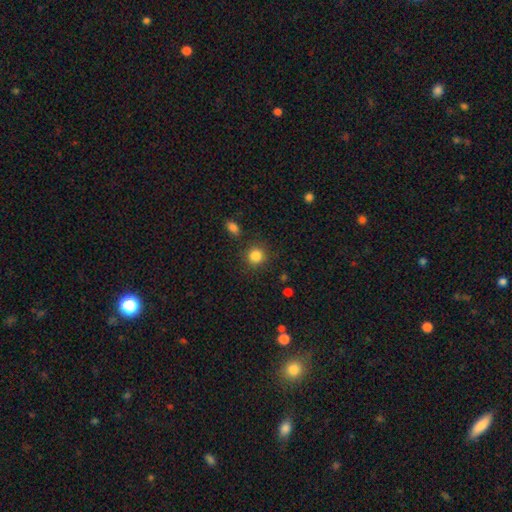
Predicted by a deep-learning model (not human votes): Smooth or featured? Predicted: smooth (p=0.85). How rounded? Predicted: round (p=0.90). Merging? Predicted: none (p=0.86).